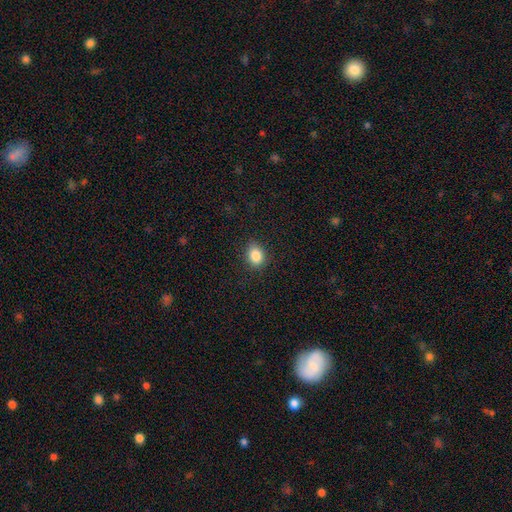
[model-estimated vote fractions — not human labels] Morphology: type=smooth (86%); roundness=in between (50%); merging=none (87%).